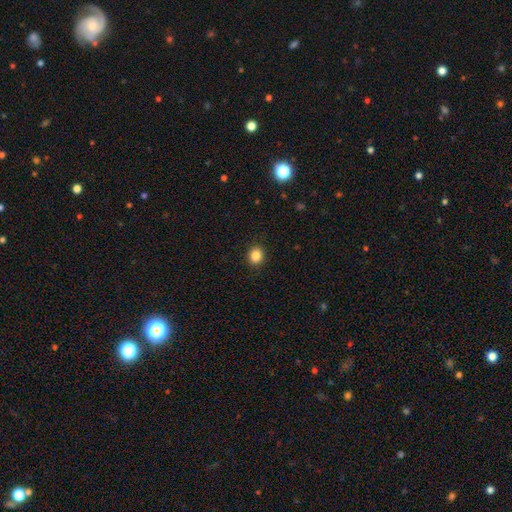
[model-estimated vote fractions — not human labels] This is clearly a smooth galaxy (86%). How rounded: likely round (78%). Merging: clearly none (91%).